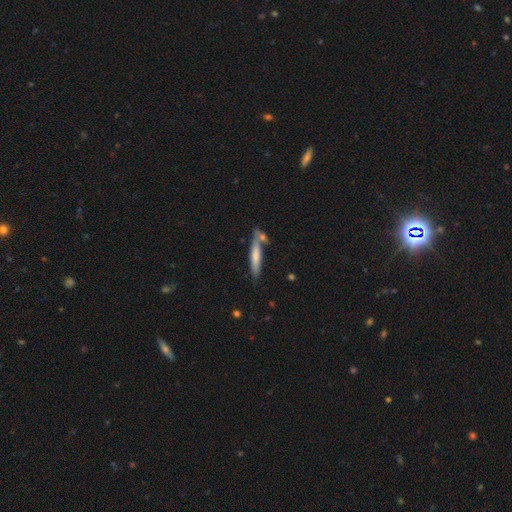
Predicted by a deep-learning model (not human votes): smooth-or-featured: smooth: 67% | featured or disk: 27% | star or artifact: 6%
  how-rounded: cigar-shaped: 88% | in between: 10% | round: 1%
  merging: none: 65% | merger: 17% | minor disturbance: 14% | major disturbance: 4%